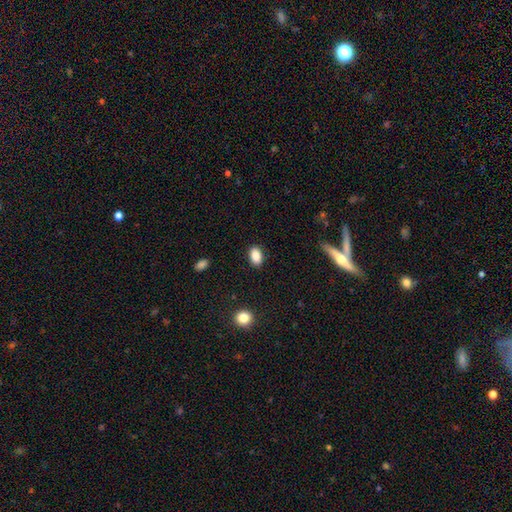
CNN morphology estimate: A smooth galaxy with no disk features (89%) that is in between round and cigar-shaped (89%). Merging: none (88%).